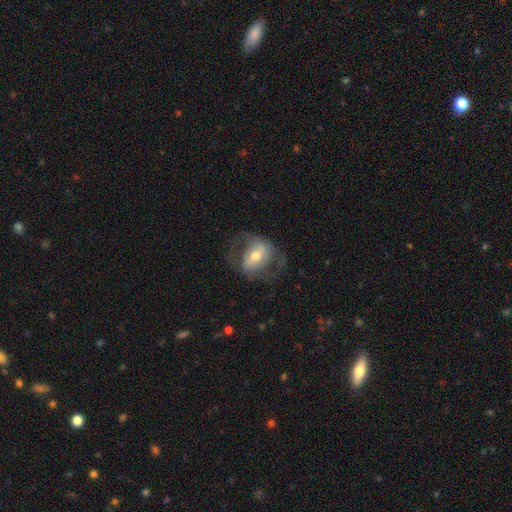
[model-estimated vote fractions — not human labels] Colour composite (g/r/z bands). It shows a featured or disk galaxy (62%) with a weak bar (37%), spiral arms (58%) and a moderate central bulge (69%). Merging: none (60%).